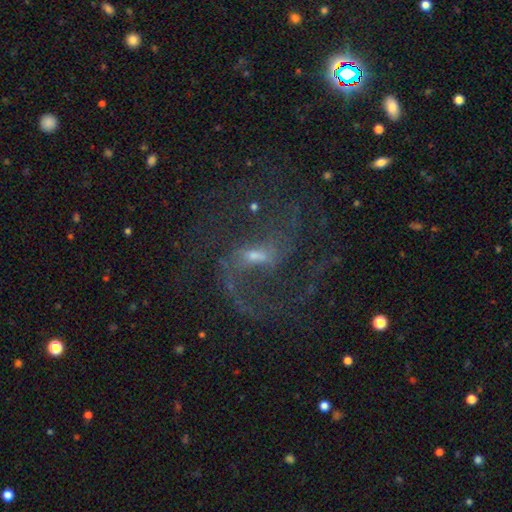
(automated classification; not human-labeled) This appears to be a featured or disk galaxy (81%) with a weak bar (49%), 2 (71%) loose (63%) spiral arms (90%) and a small central bulge (58%). Merging: none (50%).